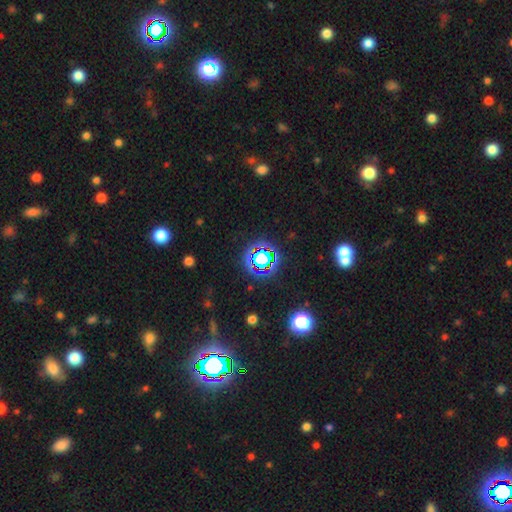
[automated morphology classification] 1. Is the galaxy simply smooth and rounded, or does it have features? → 79% star or artifact, 14% smooth, 8% featured or disk.